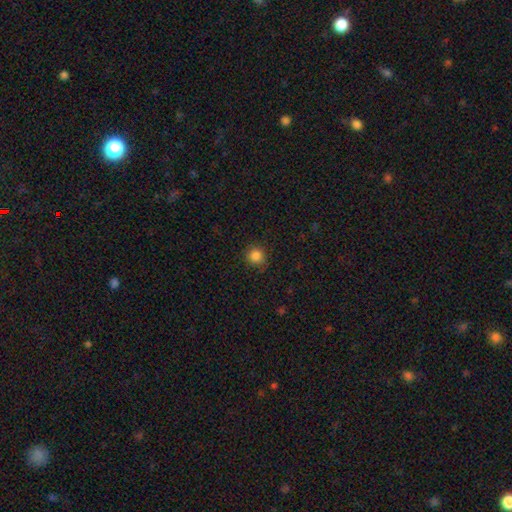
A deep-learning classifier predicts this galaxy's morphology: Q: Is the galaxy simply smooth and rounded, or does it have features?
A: smooth — 85%.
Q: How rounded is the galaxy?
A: round — 92%.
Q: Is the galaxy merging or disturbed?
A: none — 86%.